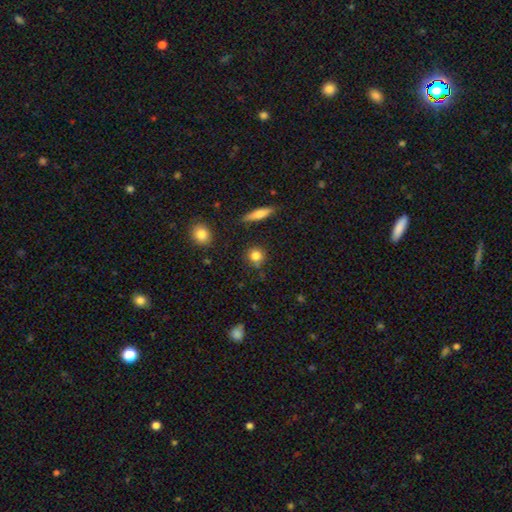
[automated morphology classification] Smooth or featured? Predicted: smooth (p=0.81). How rounded? Predicted: round (p=0.88). Merging? Predicted: none (p=0.80).